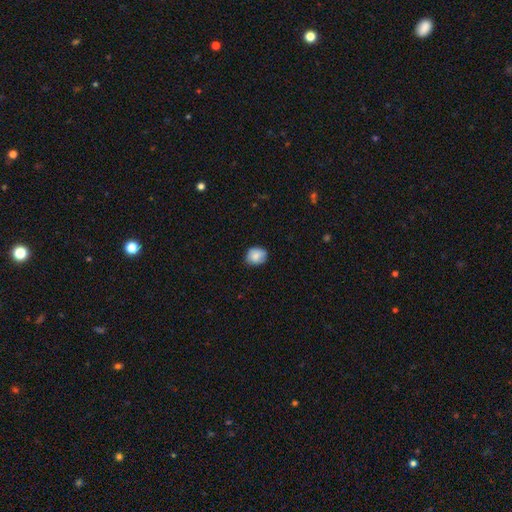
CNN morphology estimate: This appears to be a smooth galaxy with no disk features (80%) that is round (64%). Merging: none (76%).